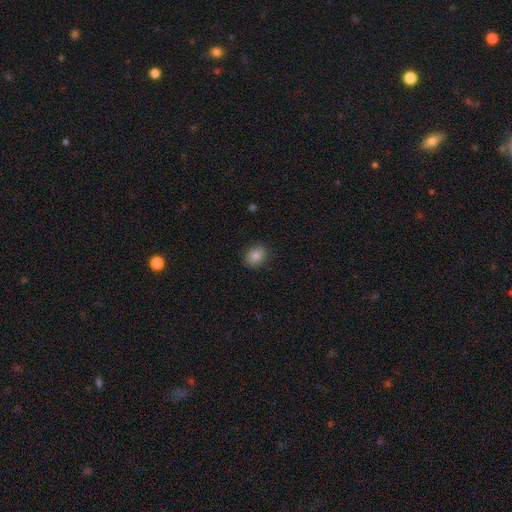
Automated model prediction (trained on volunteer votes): Smooth or featured? smooth (84%)
How rounded? in between (50%)
Merging? none (86%)